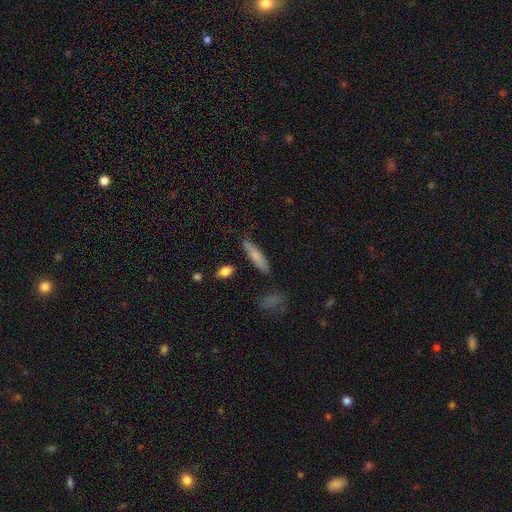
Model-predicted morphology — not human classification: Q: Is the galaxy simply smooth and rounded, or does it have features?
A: smooth — 74%.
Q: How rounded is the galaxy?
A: cigar-shaped — 79%.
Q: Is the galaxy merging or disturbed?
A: none — 80%.